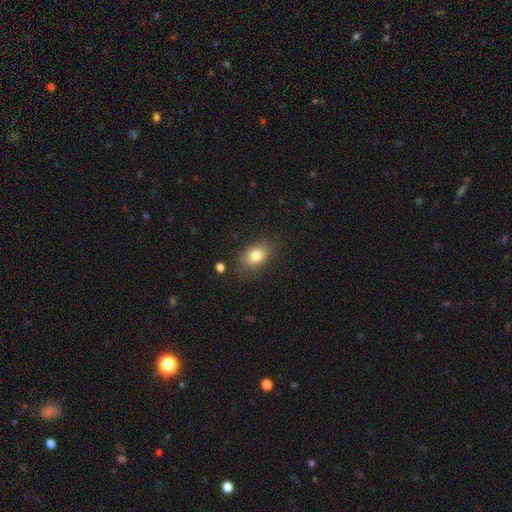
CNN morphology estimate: This appears to be a smooth galaxy with no disk features (80%) that is in between round and cigar-shaped (77%). Merging: none (81%).